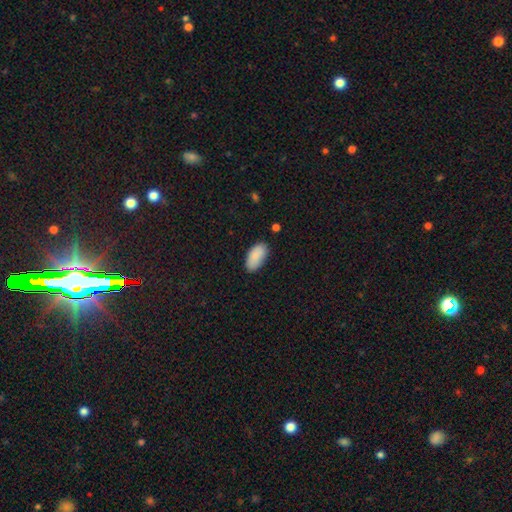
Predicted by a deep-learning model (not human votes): This is clearly a smooth galaxy (88%). How rounded: clearly in between (94%). Merging: clearly none (81%).